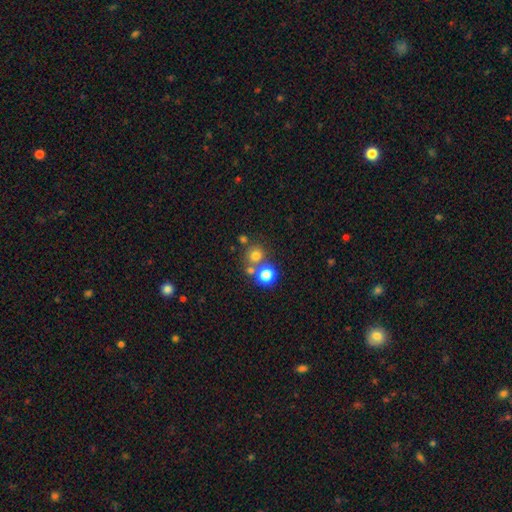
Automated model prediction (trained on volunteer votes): Smooth or featured: smooth — 71% (star or artifact — 19%)
How rounded: round — 91% (in between — 8%)
Merging: none — 65% (merger — 24%)